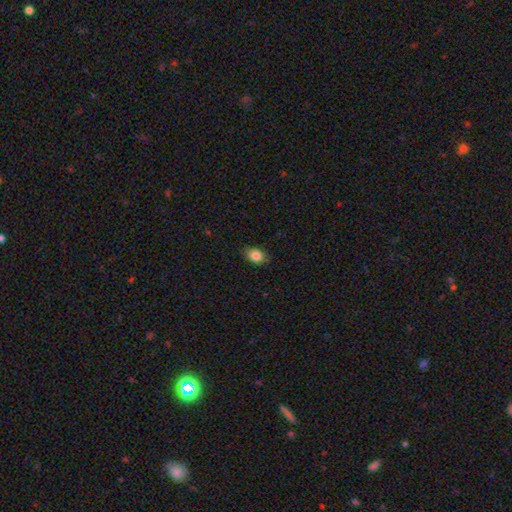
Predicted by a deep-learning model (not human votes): The model was most divided on "how rounded": in between: 77%, round: 21%, cigar-shaped: 1%. More confident: smooth or featured — smooth (85%); merging — none (84%).